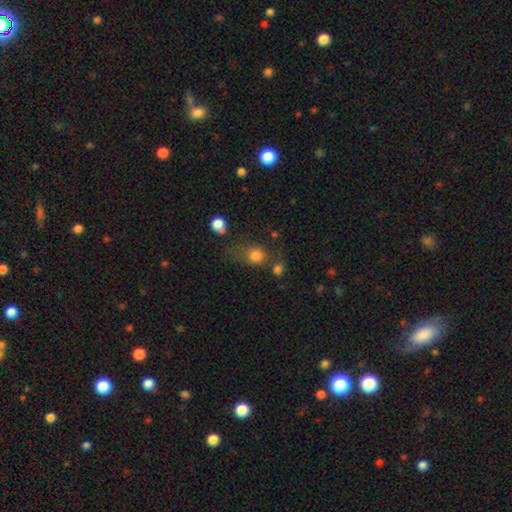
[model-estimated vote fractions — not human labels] Overall: smooth (78%). How rounded: round (70%). Merging: none (51%; minor disturbance 19%).